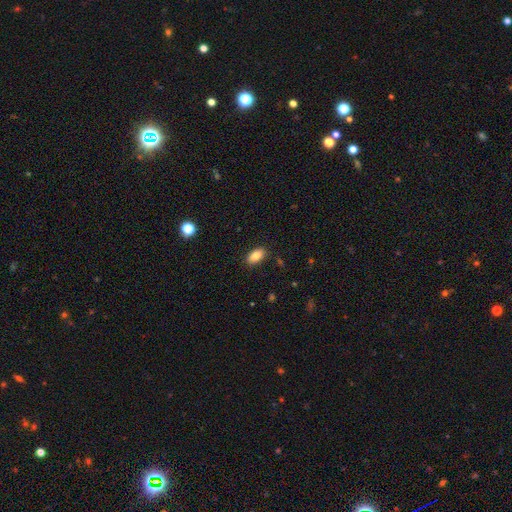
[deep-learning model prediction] The model was most divided on "smooth or featured": smooth: 85%, star or artifact: 8%, featured or disk: 7%. More confident: how rounded — in between (91%); merging — none (88%).